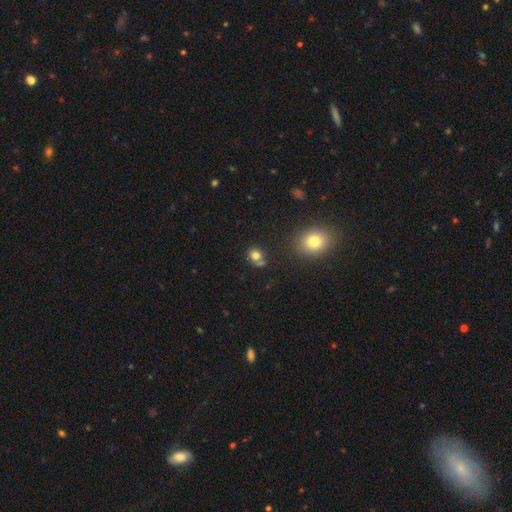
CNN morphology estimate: smooth-or-featured: smooth: 78% | star or artifact: 14% | featured or disk: 8%
  how-rounded: round: 79% | in between: 20% | cigar-shaped: 1%
  merging: none: 64% | merger: 19% | minor disturbance: 12% | major disturbance: 4%